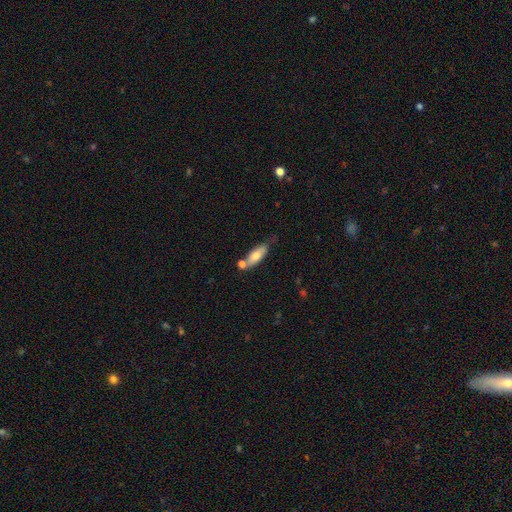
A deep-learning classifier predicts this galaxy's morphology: Smooth or featured: smooth — 70% (featured or disk — 24%)
How rounded: in between — 66% (cigar-shaped — 31%)
Merging: none — 52% (merger — 25%)